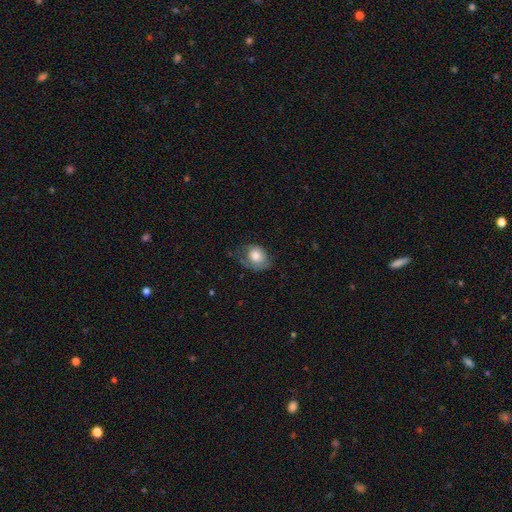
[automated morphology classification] smooth_or_featured: smooth (p=0.73) [alt: featured or disk p=0.20]
how_rounded: in between (p=0.55) [alt: round p=0.44]
merging: none (p=0.43) [alt: minor disturbance p=0.33]